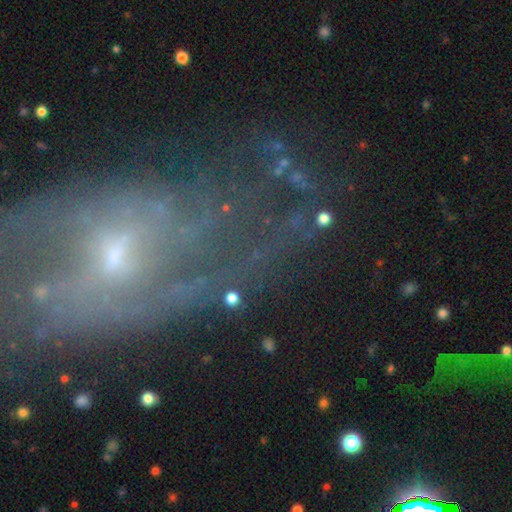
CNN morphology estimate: Smooth or featured? featured or disk (72%)
Edge-on disk? no (92%)
Bar? no (50%)
Spiral arms? yes (72%)
Bulge size? small (72%)
Merging? none (55%)